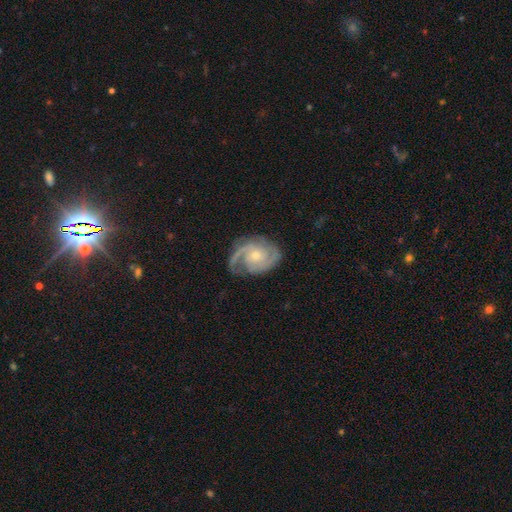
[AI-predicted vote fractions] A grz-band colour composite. It shows a featured or disk galaxy (88%) with no bar (67%), 2 (63%) medium (45%) spiral arms (97%) and a small central bulge (58%). Merging: none (73%).